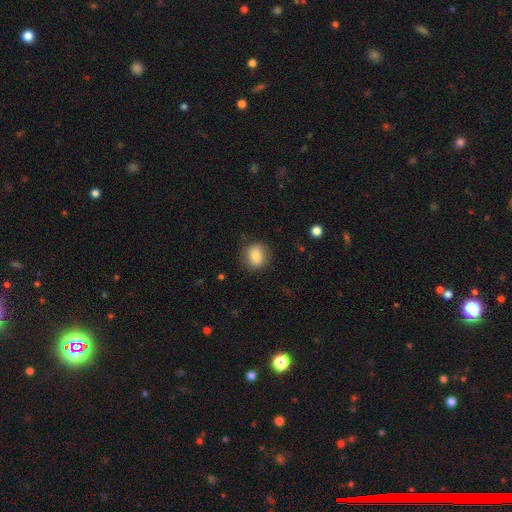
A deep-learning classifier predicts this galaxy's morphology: Q: Smooth or featured?
A: smooth (82%); runner-up: featured or disk (9%)
Q: How rounded?
A: round (77%); runner-up: in between (22%)
Q: Merging?
A: none (82%); runner-up: minor disturbance (13%)